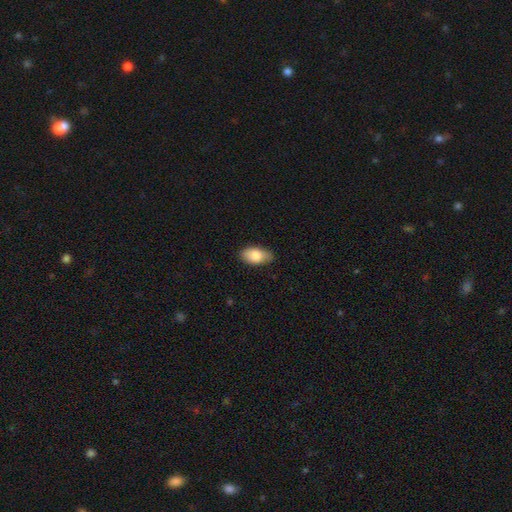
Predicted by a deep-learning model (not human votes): Smooth or featured?
  - smooth: 83% *
  - featured or disk: 11%
  - star or artifact: 6%
How rounded?
  - in between: 93% *
  - round: 4%
  - cigar-shaped: 3%
Merging?
  - none: 79% *
  - minor disturbance: 17%
  - major disturbance: 3%
  - merger: 1%